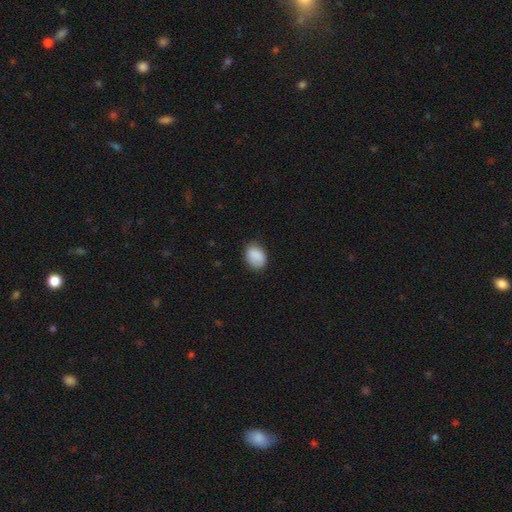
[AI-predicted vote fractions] A smooth galaxy with no disk features (88%) that is in between round and cigar-shaped (73%).

Vote fractions:
- Smooth or featured? smooth: 88% / star or artifact: 8% / featured or disk: 5%
- How rounded? in between: 73% / round: 26% / cigar-shaped: 1%
- Merging? none: 78% / minor disturbance: 18% / major disturbance: 4% / merger: 1%